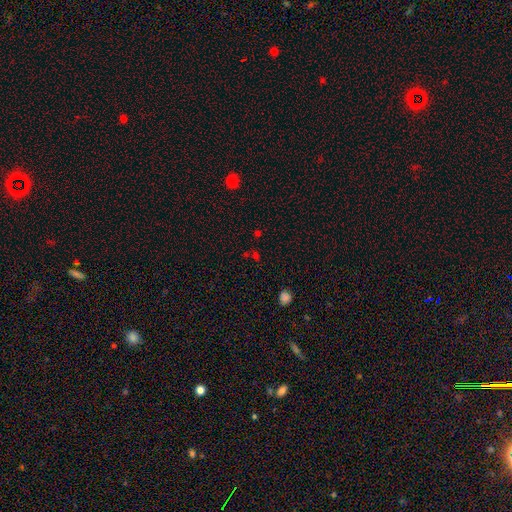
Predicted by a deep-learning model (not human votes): Smooth or featured?
  - star or artifact: 50% *
  - smooth: 43%
  - featured or disk: 8%